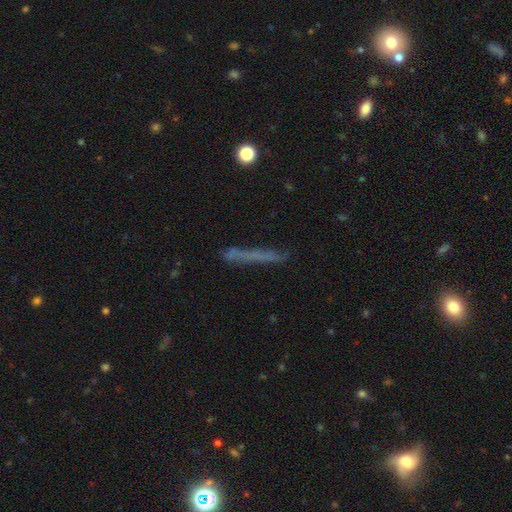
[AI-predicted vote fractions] Q: Smooth or featured?
A: smooth (55%); runner-up: featured or disk (34%)
Q: How rounded?
A: cigar-shaped (95%); runner-up: in between (3%)
Q: Merging?
A: none (78%); runner-up: minor disturbance (15%)